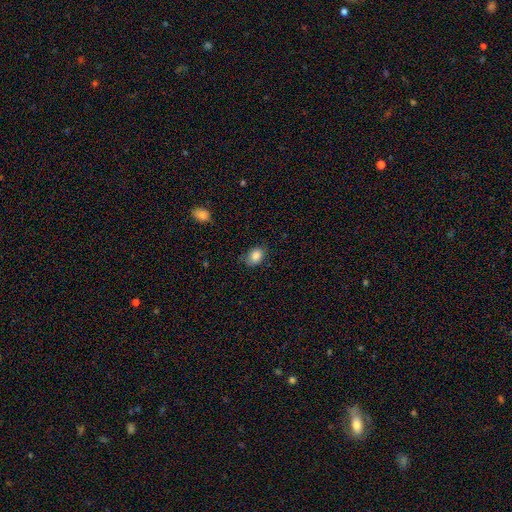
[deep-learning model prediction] This appears to be a smooth galaxy with no disk features (86%) that is in between round and cigar-shaped (65%). Merging: none (70%).